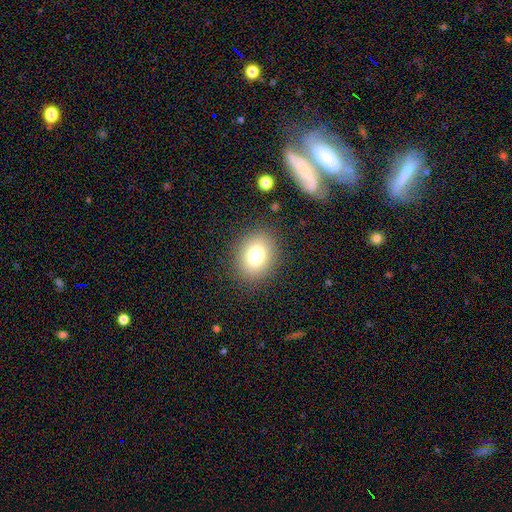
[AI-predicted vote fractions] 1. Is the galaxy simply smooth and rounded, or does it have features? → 77% smooth, 12% star or artifact, 11% featured or disk.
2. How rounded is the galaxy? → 54% round, 46% in between, 1% cigar-shaped.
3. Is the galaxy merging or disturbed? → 86% none, 9% minor disturbance, 4% major disturbance, 1% merger.